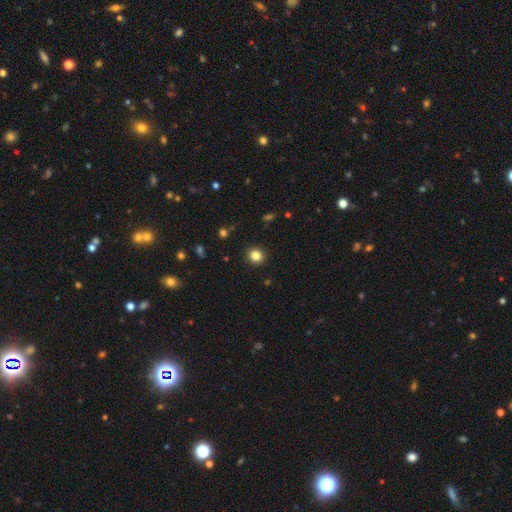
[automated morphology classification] This is clearly a smooth galaxy (83%). How rounded: clearly round (90%). Merging: clearly none (92%).